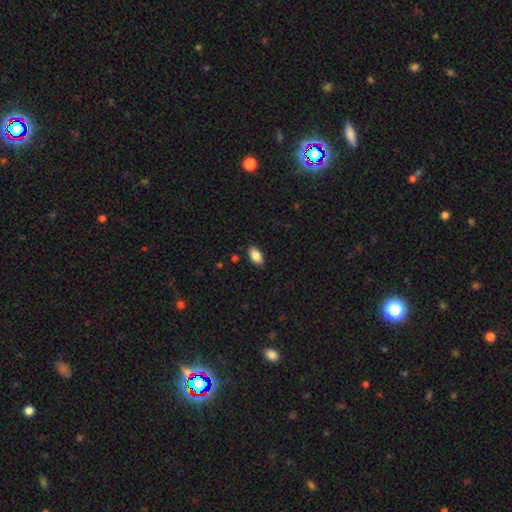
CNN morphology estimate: smooth-or-featured: smooth: 88% | star or artifact: 7% | featured or disk: 4%
  how-rounded: in between: 93% | round: 4% | cigar-shaped: 2%
  merging: none: 88% | minor disturbance: 9% | major disturbance: 2% | merger: 1%